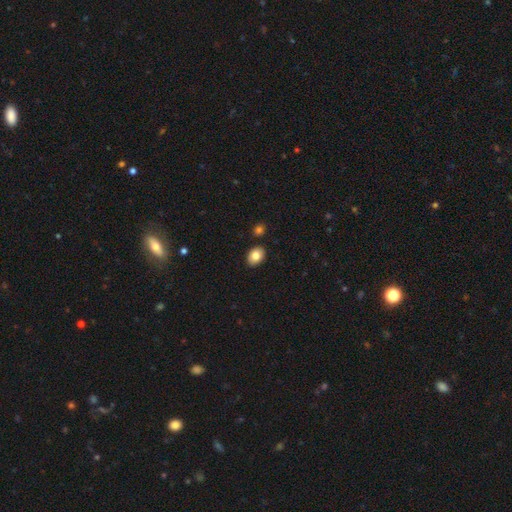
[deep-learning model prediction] Overall: smooth (82%). How rounded: in between (76%). Merging: none (87%).